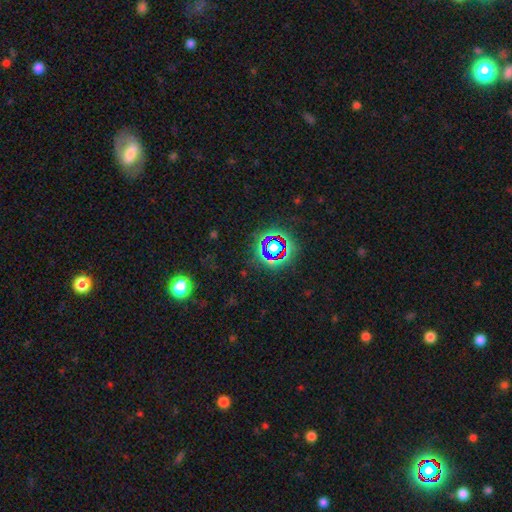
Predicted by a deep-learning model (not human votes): This appears to be a star or artifact, not a galaxy (73%).